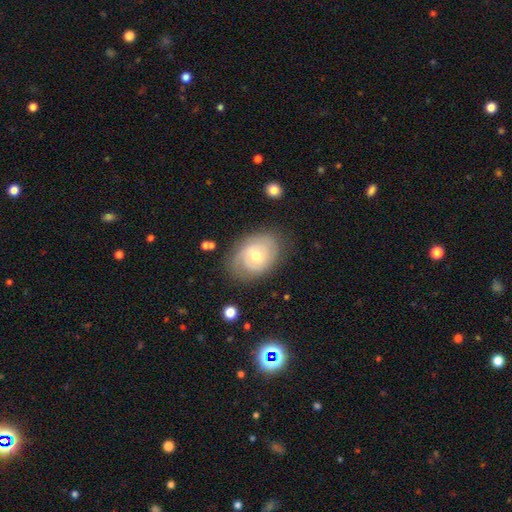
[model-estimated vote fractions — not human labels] Smooth or featured? featured or disk (65%)
Edge-on disk? no (96%)
Bar? no (62%)
Spiral arms? yes (82%)
Spiral winding? tight (61%)
Spiral arm count? 2 (39%)
Bulge size? moderate (65%)
Merging? none (72%)